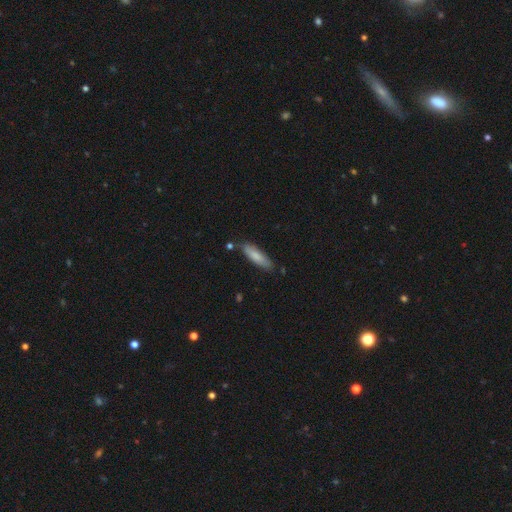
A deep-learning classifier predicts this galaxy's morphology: Smooth or featured? smooth (81%)
How rounded? cigar-shaped (66%)
Merging? none (80%)